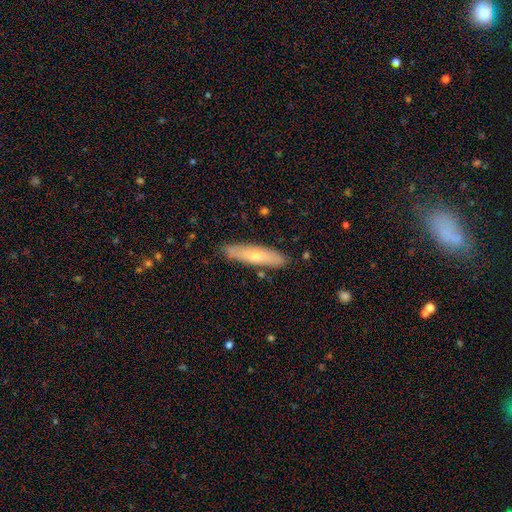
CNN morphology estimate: This is possibly a smooth galaxy (59%). How rounded: likely cigar-shaped (78%). Merging: clearly none (87%).